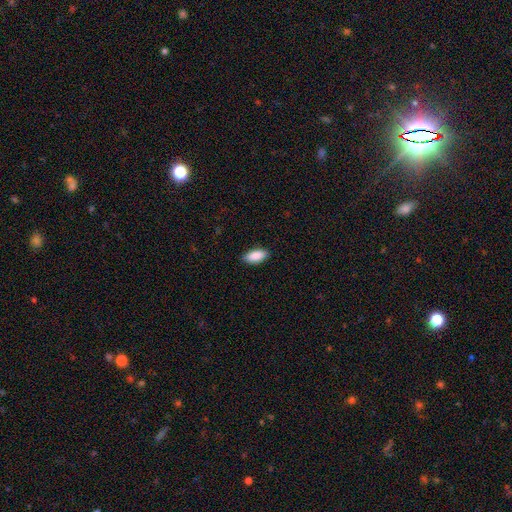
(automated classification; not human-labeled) Smooth or featured? smooth (90%)
How rounded? in between (90%)
Merging? none (88%)